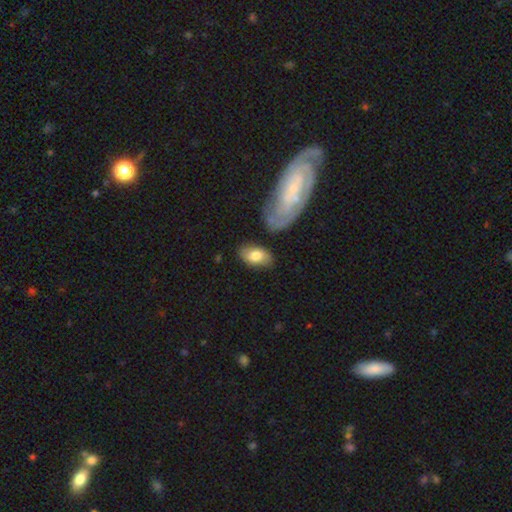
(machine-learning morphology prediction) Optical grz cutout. It shows a smooth galaxy with no disk features (76%) that is in between round and cigar-shaped (92%). Merging: none (76%).